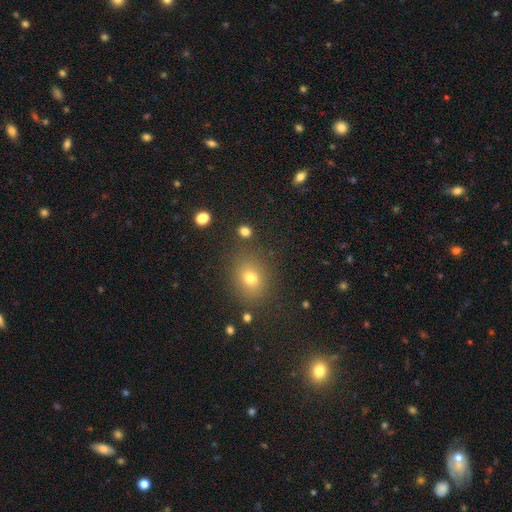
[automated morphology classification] Smooth or featured: smooth — 58% (star or artifact — 34%)
How rounded: round — 70% (in between — 29%)
Merging: none — 86% (minor disturbance — 8%)